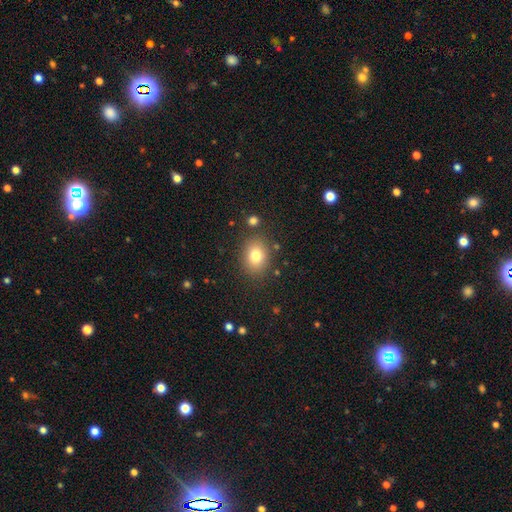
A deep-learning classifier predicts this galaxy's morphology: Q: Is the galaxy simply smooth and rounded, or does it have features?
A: smooth — 79%.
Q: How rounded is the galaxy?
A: in between — 57%.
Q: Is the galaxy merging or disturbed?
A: none — 83%.